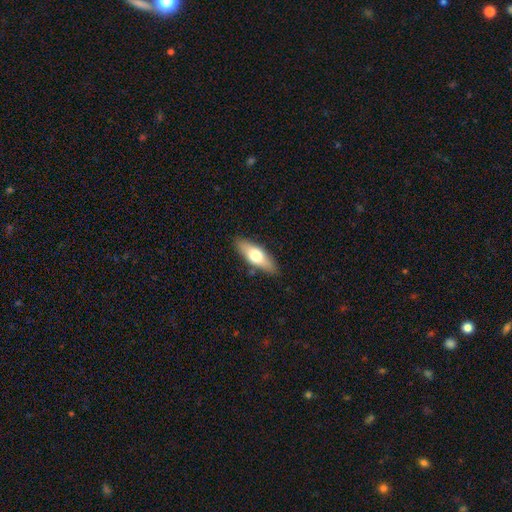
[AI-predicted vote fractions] Smooth or featured? smooth (60%)
How rounded? in between (62%)
Merging? none (87%)